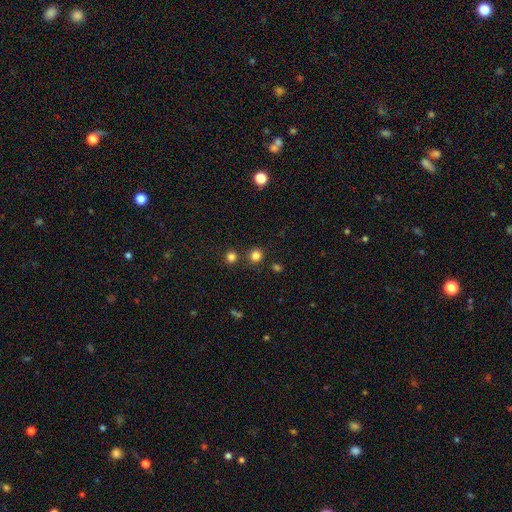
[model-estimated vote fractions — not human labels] Q: Smooth or featured?
A: smooth (81%); runner-up: star or artifact (15%)
Q: How rounded?
A: round (92%); runner-up: in between (8%)
Q: Merging?
A: none (83%); runner-up: merger (8%)